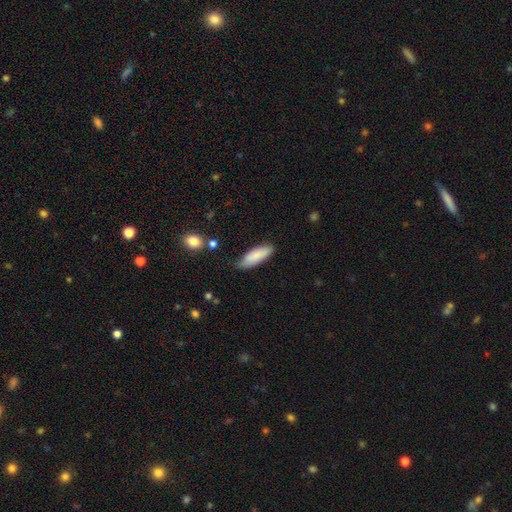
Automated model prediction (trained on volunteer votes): Smooth or featured?
  - smooth: 83% *
  - featured or disk: 11%
  - star or artifact: 6%
How rounded?
  - in between: 61% *
  - cigar-shaped: 37%
  - round: 2%
Merging?
  - none: 71% *
  - minor disturbance: 23%
  - major disturbance: 4%
  - merger: 2%